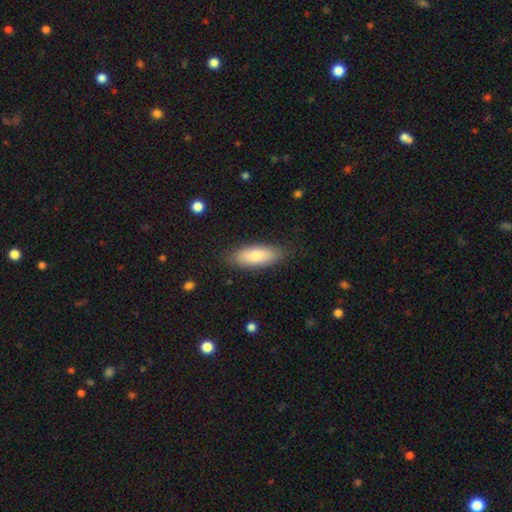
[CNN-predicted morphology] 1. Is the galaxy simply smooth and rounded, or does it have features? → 83% smooth, 11% featured or disk, 6% star or artifact.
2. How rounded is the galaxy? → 76% in between, 22% cigar-shaped, 2% round.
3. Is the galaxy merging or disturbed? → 83% none, 13% minor disturbance, 3% major disturbance, 1% merger.